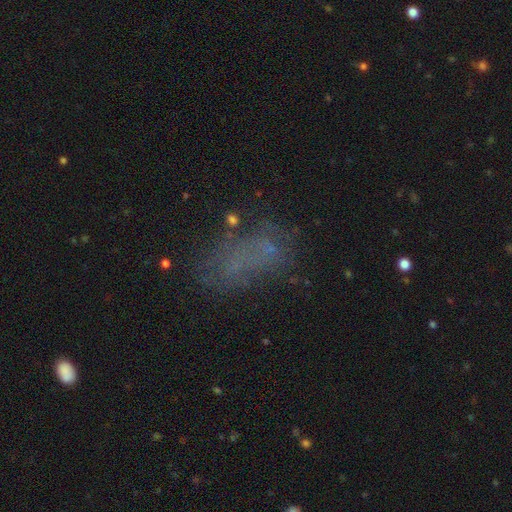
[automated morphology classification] smooth-or-featured: smooth: 43% | featured or disk: 30% | star or artifact: 27%
  merging: none: 47% | major disturbance: 25% | minor disturbance: 21% | merger: 7%